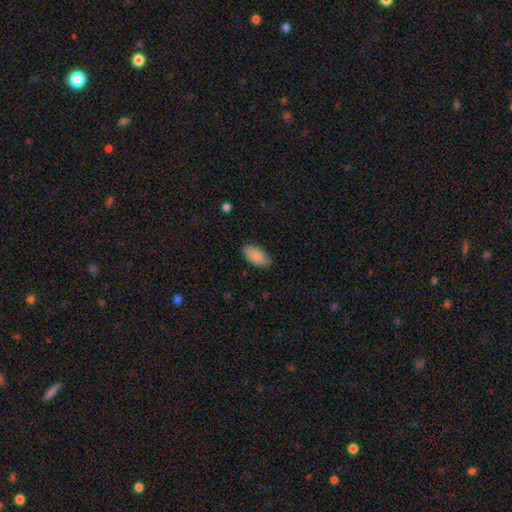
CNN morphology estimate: Q: Smooth or featured?
A: smooth (86%); runner-up: featured or disk (8%)
Q: How rounded?
A: in between (95%); runner-up: cigar-shaped (3%)
Q: Merging?
A: none (82%); runner-up: minor disturbance (14%)